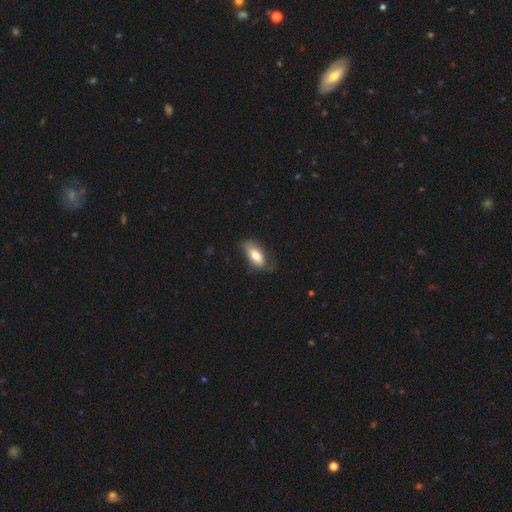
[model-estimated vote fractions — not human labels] smooth 77%, featured or disk 17%, star or artifact 6%. Down the decision tree: how rounded — in between (87%); merging — none (61%).